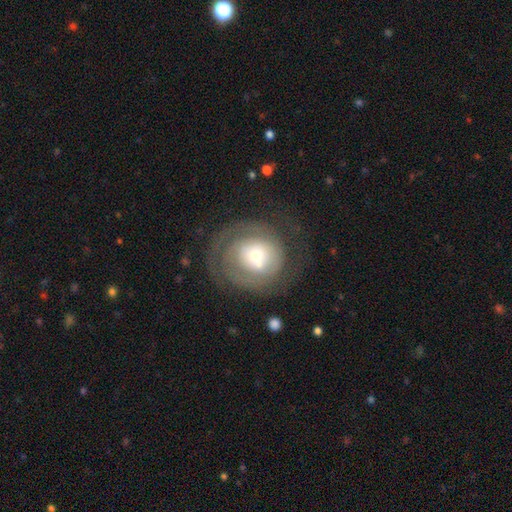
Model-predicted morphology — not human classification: A featured or disk galaxy (61%) with no bar (81%), spiral arms (61%) and a moderate central bulge (45%). Merging: none (51%).